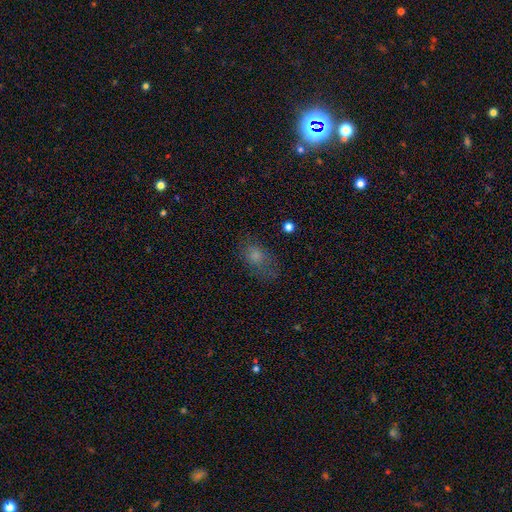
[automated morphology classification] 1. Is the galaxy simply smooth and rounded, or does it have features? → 63% smooth, 19% star or artifact, 18% featured or disk.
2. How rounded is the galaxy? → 76% in between, 21% round, 3% cigar-shaped.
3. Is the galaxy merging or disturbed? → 64% none, 22% minor disturbance, 12% major disturbance, 2% merger.